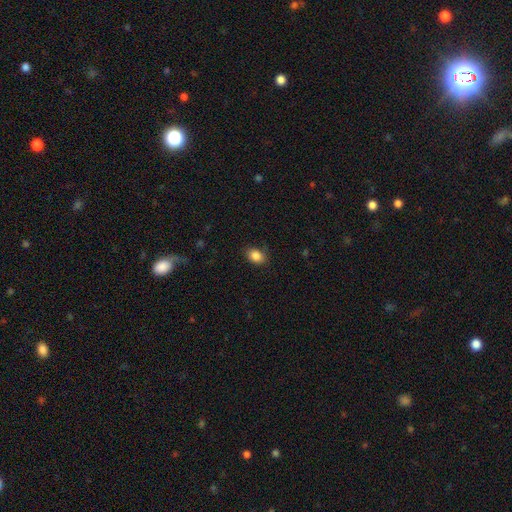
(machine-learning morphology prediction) This appears to be a smooth galaxy with no disk features (86%) that is in between round and cigar-shaped (74%). Merging: none (81%).